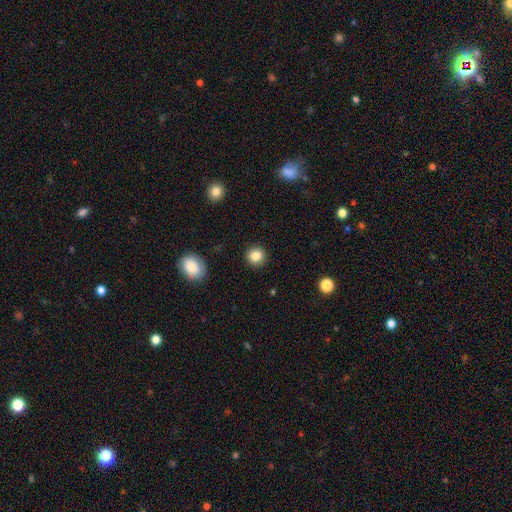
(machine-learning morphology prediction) This appears to be a smooth galaxy with no disk features (84%) that is round (90%). Merging: none (91%).